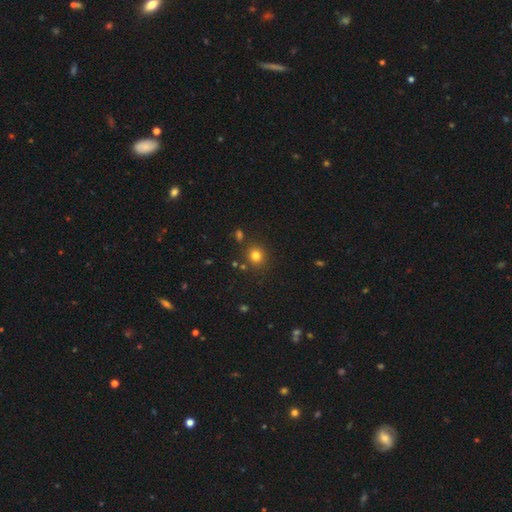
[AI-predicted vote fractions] Morphology: type=smooth (80%); roundness=round (83%); merging=none (83%).